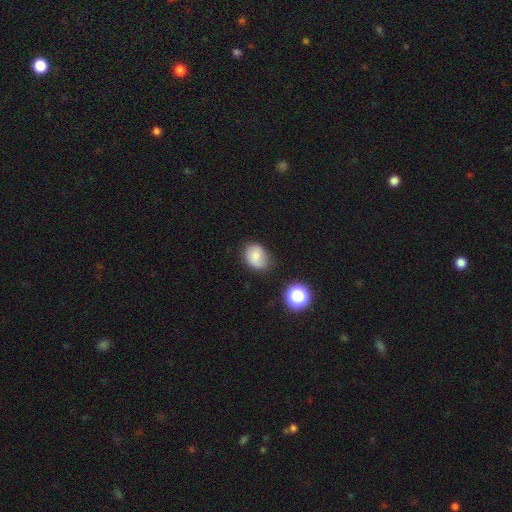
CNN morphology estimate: Q: Smooth or featured?
A: smooth (75%); runner-up: featured or disk (14%)
Q: How rounded?
A: in between (53%); runner-up: round (46%)
Q: Merging?
A: none (63%); runner-up: minor disturbance (28%)